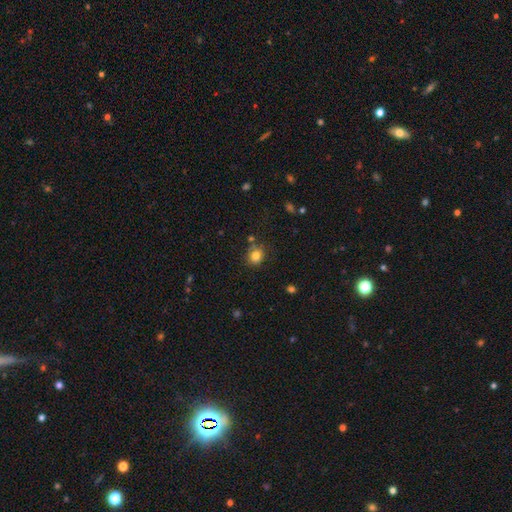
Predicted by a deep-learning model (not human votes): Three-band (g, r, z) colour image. It shows a smooth galaxy with no disk features (81%) that is round (73%). Merging: none (77%).